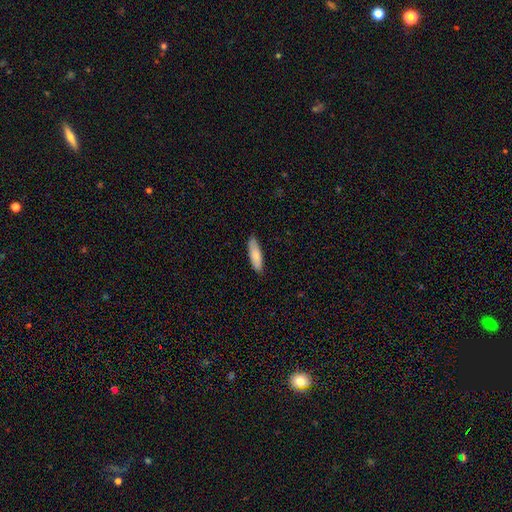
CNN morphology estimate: Q: Smooth or featured?
A: smooth (79%); runner-up: featured or disk (15%)
Q: How rounded?
A: cigar-shaped (53%); runner-up: in between (45%)
Q: Merging?
A: none (88%); runner-up: minor disturbance (10%)